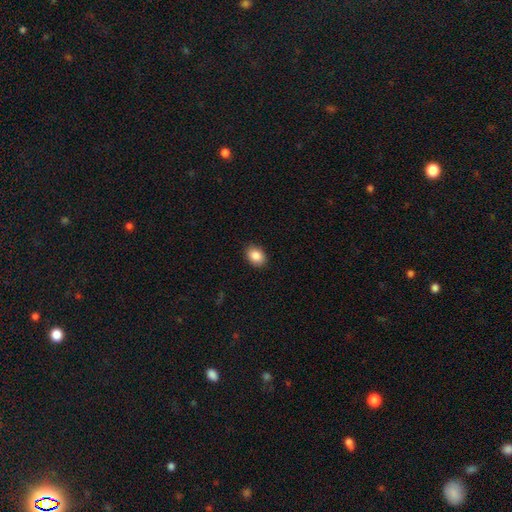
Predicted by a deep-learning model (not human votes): smooth 87%, star or artifact 8%, featured or disk 5%. Down the decision tree: how rounded — in between (68%); merging — none (90%).